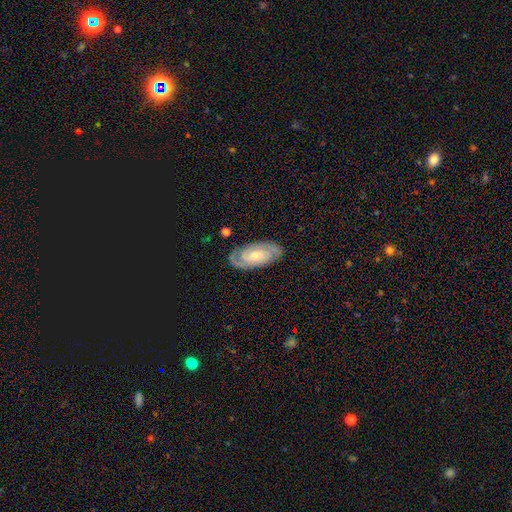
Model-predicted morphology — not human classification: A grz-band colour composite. It shows a featured or disk galaxy (76%) with no bar (64%), 2 (58%) tight (66%) spiral arms (93%) and a small central bulge (52%). Merging: none (81%).